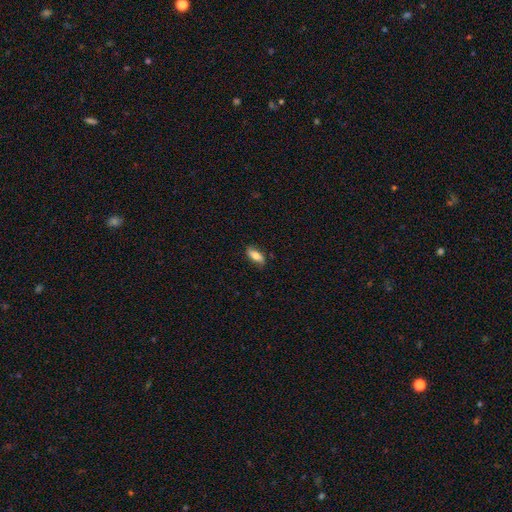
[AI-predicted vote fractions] Smooth or featured? smooth (68%)
How rounded? in between (80%)
Merging? none (78%)